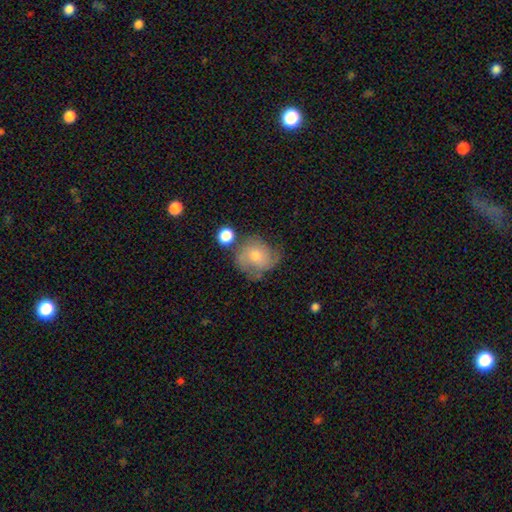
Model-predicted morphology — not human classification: Smooth or featured? featured or disk (46%)
Merging? none (53%)